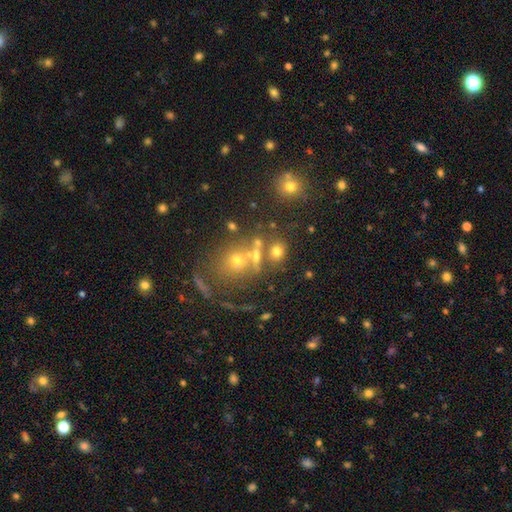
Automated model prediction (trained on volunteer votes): smooth 57%, star or artifact 25%, featured or disk 18%. Down the decision tree: how rounded — round (63%); merging — none (50%).